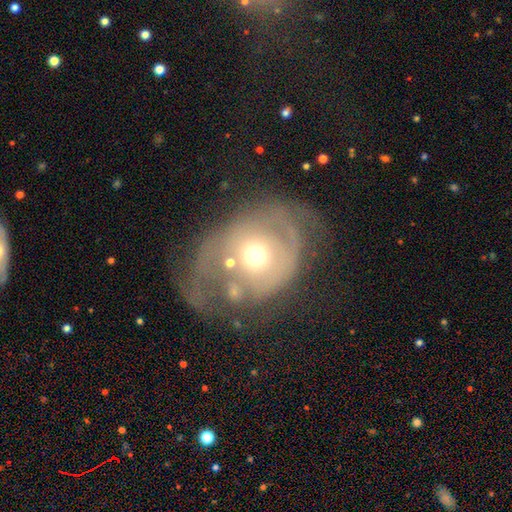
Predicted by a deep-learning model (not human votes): Smooth or featured?
  - featured or disk: 65% *
  - smooth: 27%
  - star or artifact: 8%
Edge-on disk?
  - no: 96% *
  - yes: 4%
Bar?
  - no: 80% *
  - weak: 16%
  - strong: 5%
Spiral arms?
  - yes: 55% *
  - no: 45%
Bulge size?
  - moderate: 66% *
  - small: 21%
  - large: 10%
  - dominant: 2%
  - none: 1%
Merging?
  - major disturbance: 43% *
  - none: 29%
  - minor disturbance: 21%
  - merger: 7%